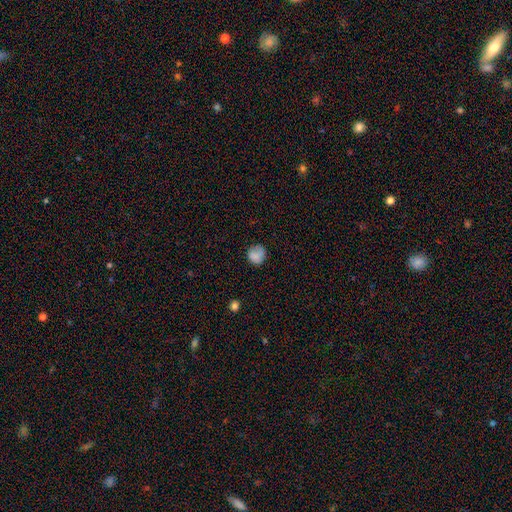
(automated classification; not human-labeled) This appears to be a smooth galaxy with no disk features (82%) that is round (84%). Merging: none (72%).